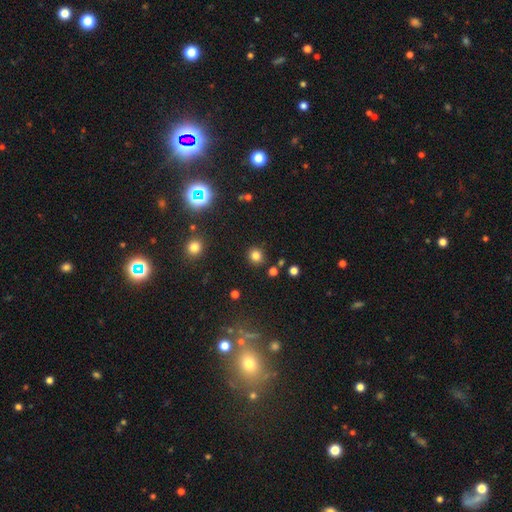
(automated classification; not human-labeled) smooth 79%, star or artifact 16%, featured or disk 5%. Down the decision tree: how rounded — round (88%); merging — none (88%).